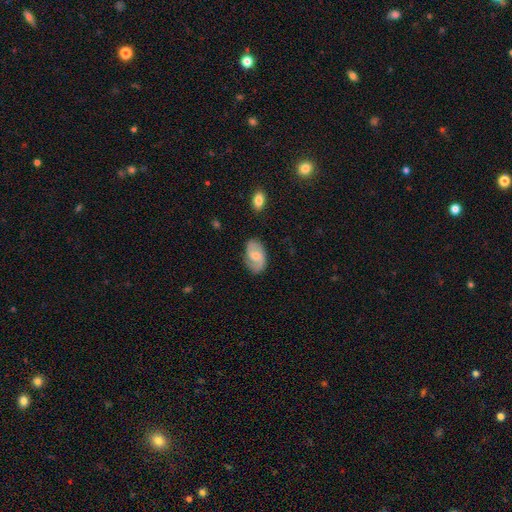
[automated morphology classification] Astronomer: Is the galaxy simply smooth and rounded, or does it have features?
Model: featured or disk — 56% (runner-up: smooth, 38%).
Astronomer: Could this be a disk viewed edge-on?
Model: no — 96%.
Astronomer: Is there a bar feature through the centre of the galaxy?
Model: no — 46% (runner-up: weak, 45%).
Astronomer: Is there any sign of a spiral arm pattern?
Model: yes — 88%.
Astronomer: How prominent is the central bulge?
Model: small — 45% (runner-up: moderate, 41%).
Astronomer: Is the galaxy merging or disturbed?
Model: none — 74%.